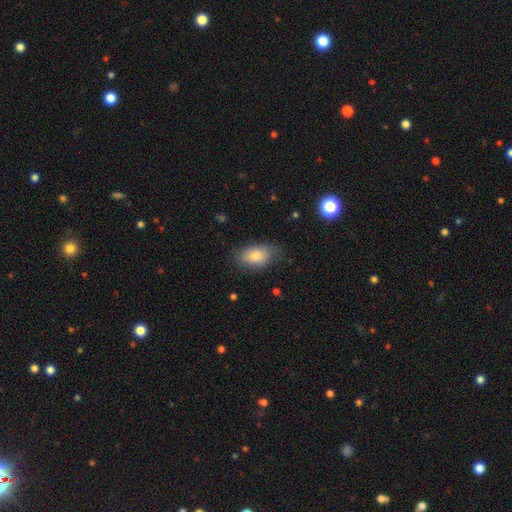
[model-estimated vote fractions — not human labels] Overall: smooth (79%). How rounded: in between (90%). Merging: none (73%).